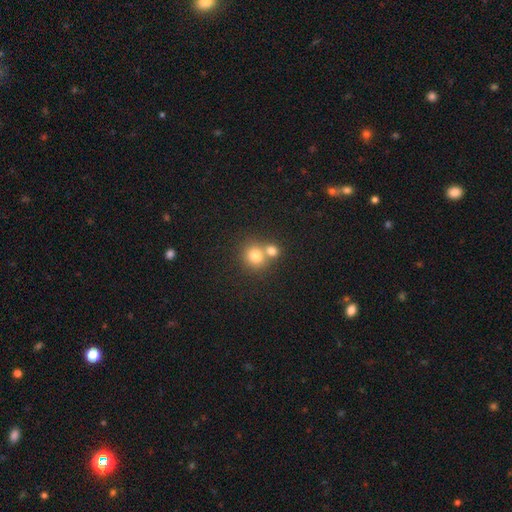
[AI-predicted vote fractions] smooth 77%, star or artifact 13%, featured or disk 10%. Down the decision tree: how rounded — round (85%); merging — none (47%).